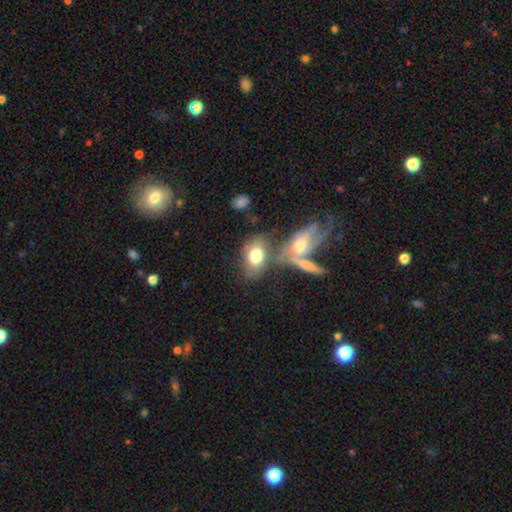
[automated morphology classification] Q: Smooth or featured?
A: smooth (69%); runner-up: featured or disk (22%)
Q: How rounded?
A: in between (82%); runner-up: round (16%)
Q: Merging?
A: none (41%); runner-up: merger (37%)